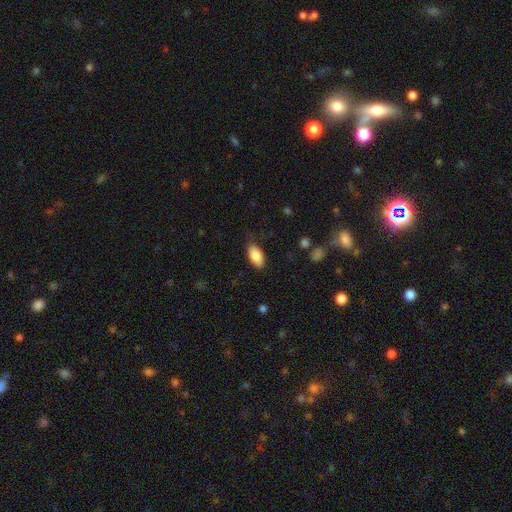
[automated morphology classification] smooth_or_featured: smooth (p=0.83) [alt: featured or disk p=0.10]
how_rounded: in between (p=0.92) [alt: cigar-shaped p=0.05]
merging: none (p=0.81) [alt: minor disturbance p=0.15]